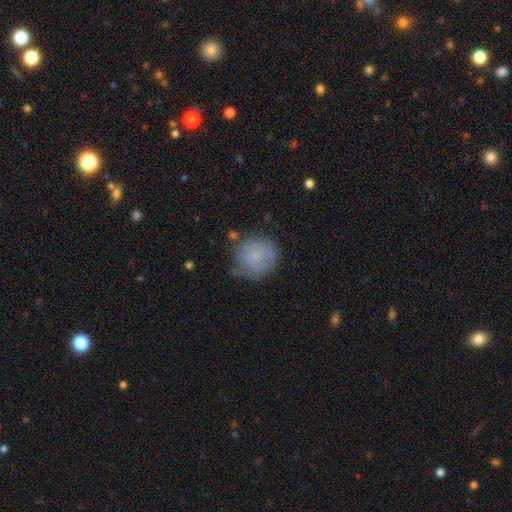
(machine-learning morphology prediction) Smooth or featured: smooth — 68% (featured or disk — 23%)
How rounded: round — 90% (in between — 9%)
Merging: none — 59% (minor disturbance — 27%)